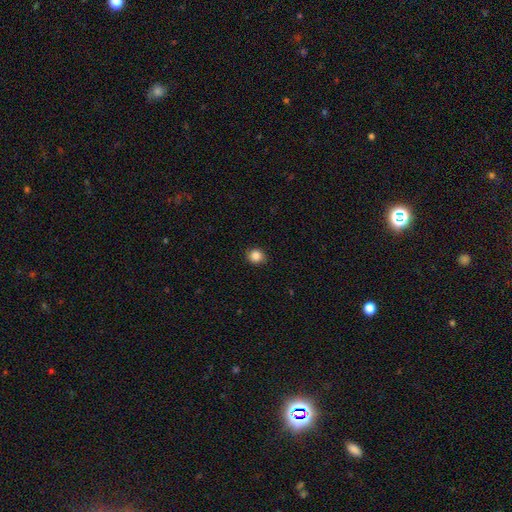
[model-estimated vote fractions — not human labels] A smooth galaxy with no disk features (87%) that is round (81%). Merging: none (89%).